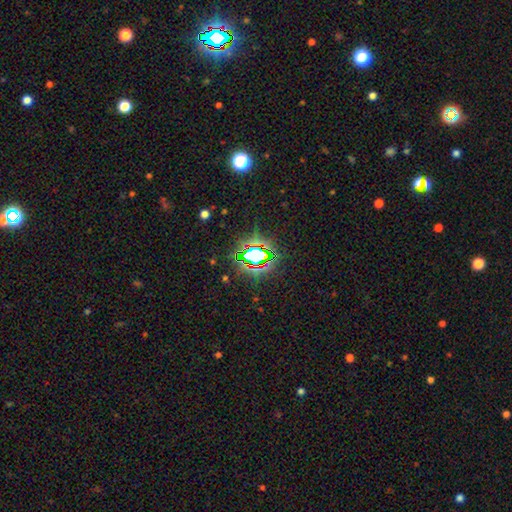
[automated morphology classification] Q: Smooth or featured?
A: star or artifact (73%); runner-up: smooth (15%)